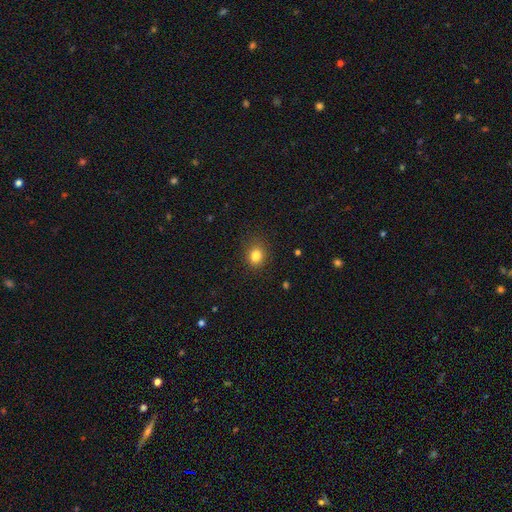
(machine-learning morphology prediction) Smooth or featured? smooth (83%)
How rounded? round (52%)
Merging? none (83%)